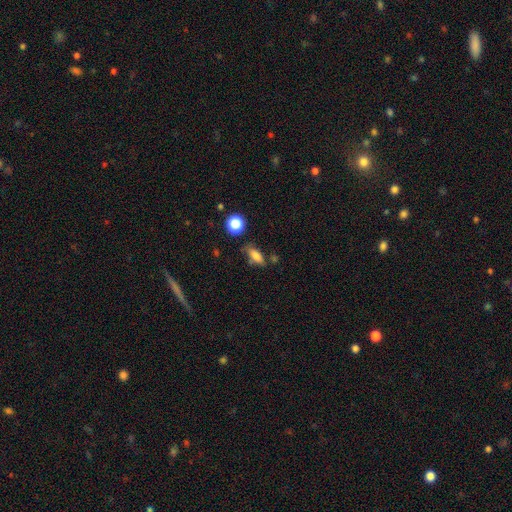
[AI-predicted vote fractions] Smooth or featured?
  - smooth: 75% *
  - featured or disk: 13%
  - star or artifact: 12%
How rounded?
  - in between: 69% *
  - cigar-shaped: 24%
  - round: 7%
Merging?
  - none: 63% *
  - minor disturbance: 24%
  - major disturbance: 7%
  - merger: 6%